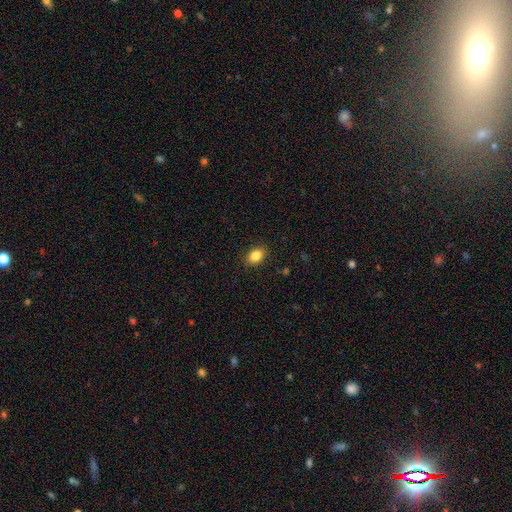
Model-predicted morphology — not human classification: The model was most divided on "how rounded": in between: 76%, round: 22%, cigar-shaped: 1%. More confident: merging — none (88%); smooth or featured — smooth (85%).